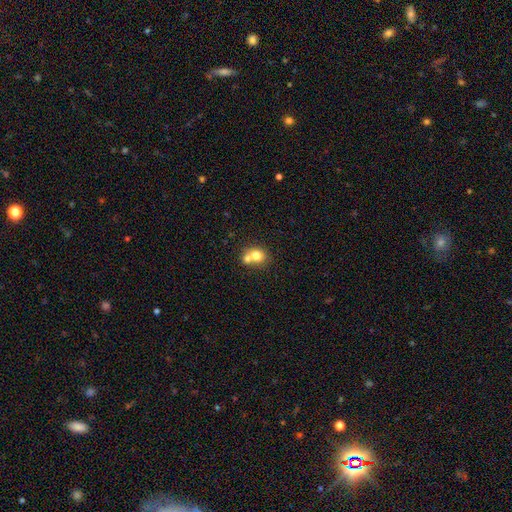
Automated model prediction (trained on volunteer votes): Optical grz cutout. It shows a smooth galaxy with no disk features (75%) that is round (71%). Merging: merger (54%).